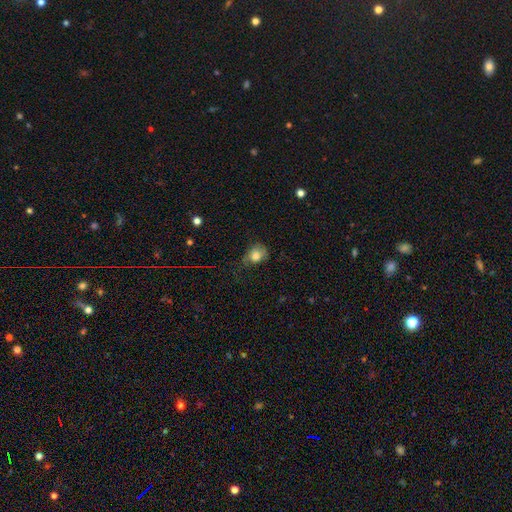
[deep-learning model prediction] Morphology: type=smooth (78%); roundness=round (52%); merging=none (40%).